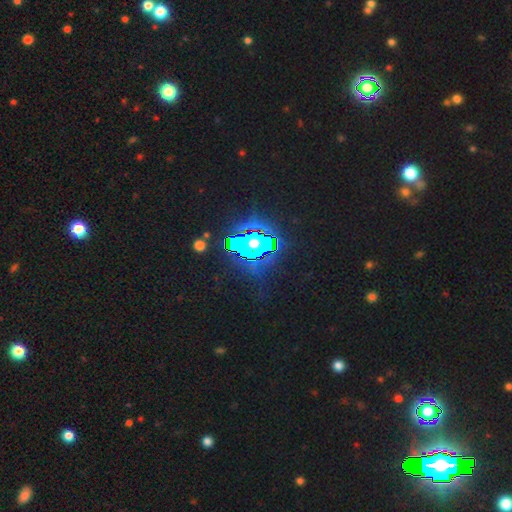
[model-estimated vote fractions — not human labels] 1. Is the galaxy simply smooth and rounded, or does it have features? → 72% star or artifact, 14% featured or disk, 13% smooth.